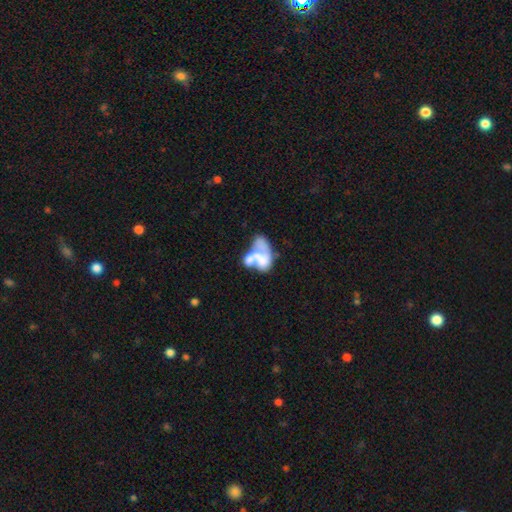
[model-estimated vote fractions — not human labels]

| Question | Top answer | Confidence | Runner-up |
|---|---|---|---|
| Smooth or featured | featured or disk | 51% | smooth (40%) |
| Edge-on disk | no | 97% | yes (3%) |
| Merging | merger | 56% | major disturbance (23%) |